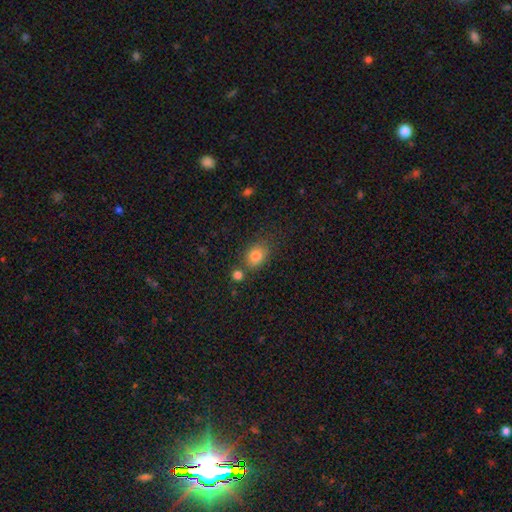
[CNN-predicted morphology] smooth_or_featured: smooth (p=0.81) [alt: star or artifact p=0.11]
how_rounded: in between (p=0.51) [alt: round p=0.48]
merging: none (p=0.66) [alt: minor disturbance p=0.14]